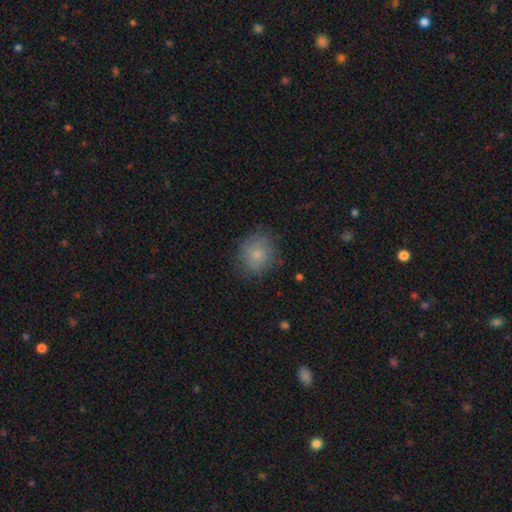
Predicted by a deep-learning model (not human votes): Smooth or featured?
  - smooth: 78% *
  - featured or disk: 12%
  - star or artifact: 9%
How rounded?
  - round: 77% *
  - in between: 22%
  - cigar-shaped: 1%
Merging?
  - none: 78% *
  - minor disturbance: 16%
  - major disturbance: 5%
  - merger: 1%